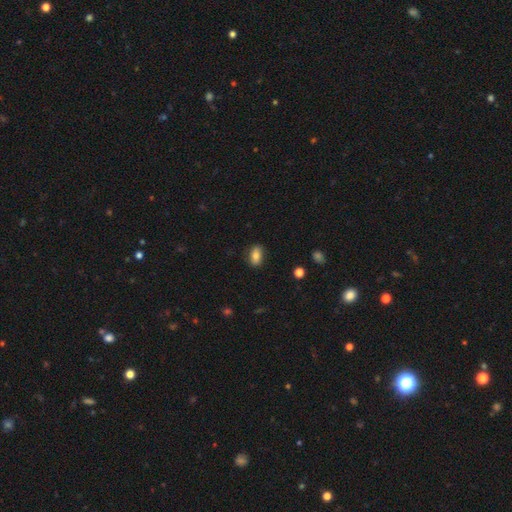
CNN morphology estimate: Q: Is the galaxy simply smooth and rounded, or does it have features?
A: smooth — 81%.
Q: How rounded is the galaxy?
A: in between — 87%.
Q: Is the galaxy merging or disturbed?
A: none — 82%.